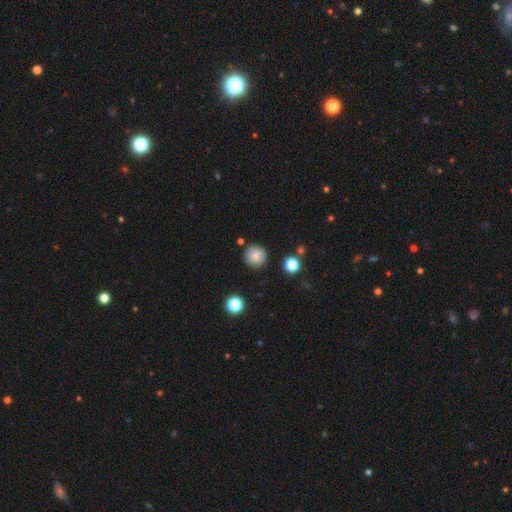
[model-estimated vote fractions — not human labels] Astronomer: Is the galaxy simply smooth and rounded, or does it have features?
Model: smooth — 82%.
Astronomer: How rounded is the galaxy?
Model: round — 95%.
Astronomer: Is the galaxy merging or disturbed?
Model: none — 85%.